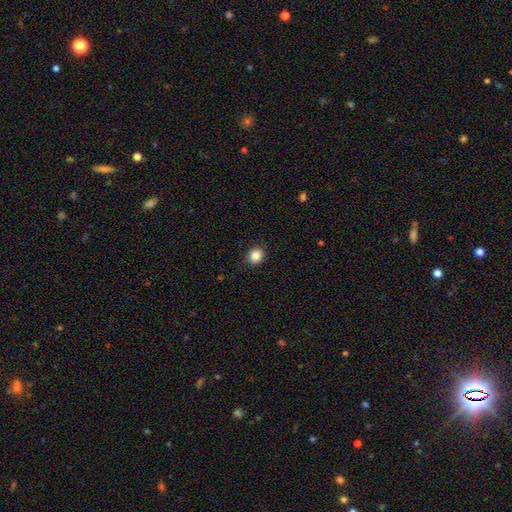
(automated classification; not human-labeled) This is clearly a smooth galaxy (86%). How rounded: clearly round (83%). Merging: clearly none (91%).